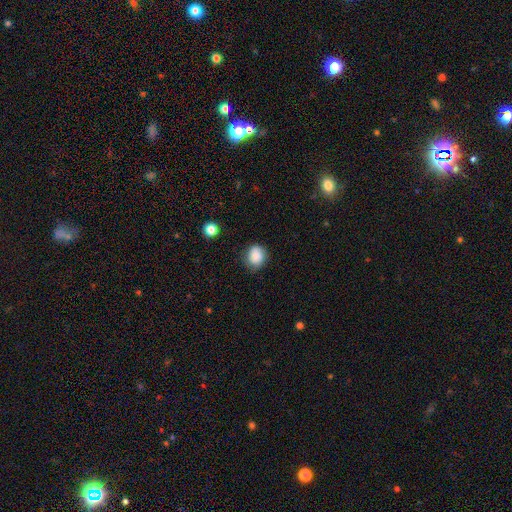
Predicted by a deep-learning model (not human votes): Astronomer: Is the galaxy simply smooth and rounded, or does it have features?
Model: smooth — 86%.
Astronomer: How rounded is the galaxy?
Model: round — 66%.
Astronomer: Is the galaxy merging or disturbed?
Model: none — 71%.